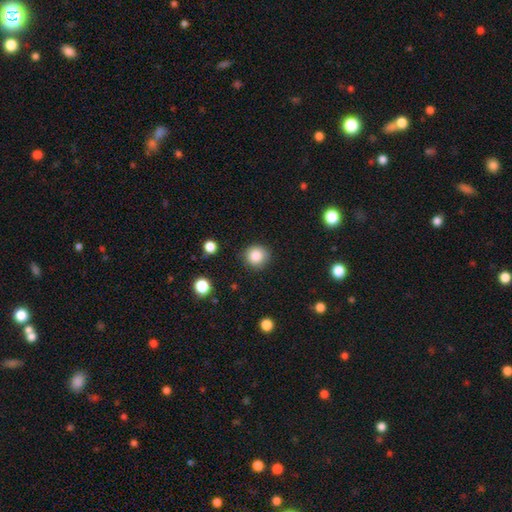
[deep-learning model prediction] Overall: smooth (86%). How rounded: round (92%). Merging: none (87%).